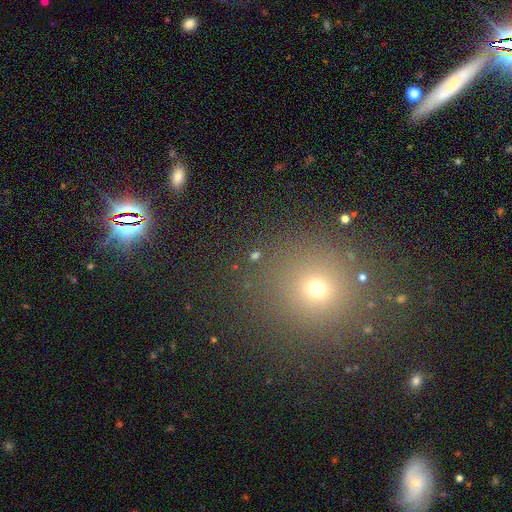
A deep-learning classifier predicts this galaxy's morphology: Smooth or featured? smooth (52%)
How rounded? round (80%)
Merging? none (84%)